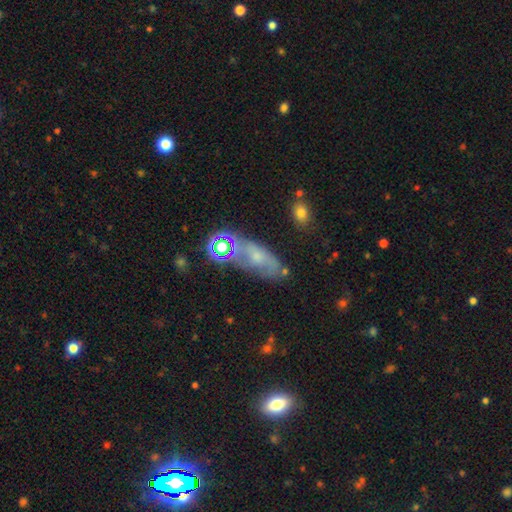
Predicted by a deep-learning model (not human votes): This is marginally a smooth galaxy (37%, tied with featured or disk). Merging: possibly none (59%).